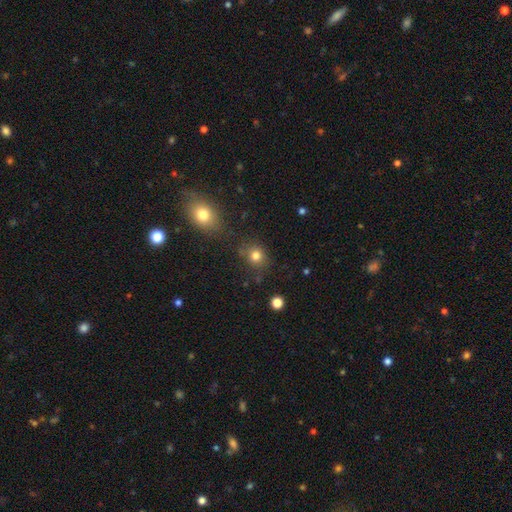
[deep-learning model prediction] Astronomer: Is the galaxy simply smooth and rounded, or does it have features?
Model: smooth — 79%.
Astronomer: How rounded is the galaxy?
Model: round — 78%.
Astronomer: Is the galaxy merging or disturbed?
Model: none — 77%.